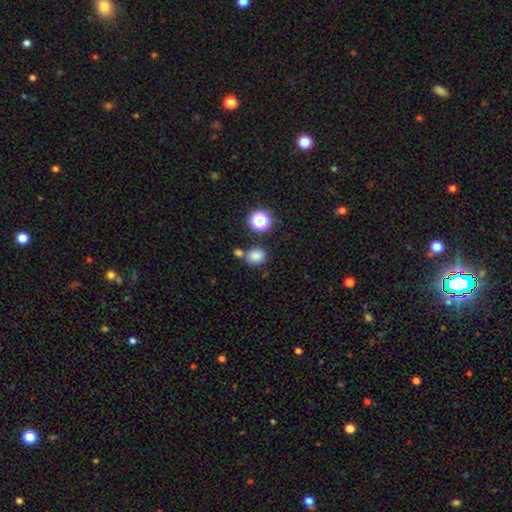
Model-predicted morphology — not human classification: A smooth galaxy with no disk features (80%) that is round (72%). Merging: none (69%).